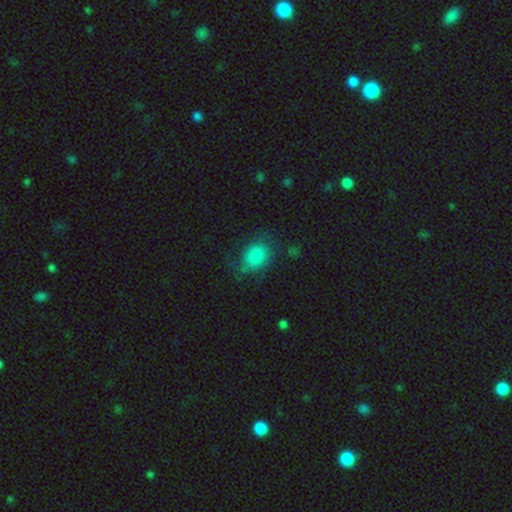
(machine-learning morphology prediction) This appears to be a smooth galaxy with no disk features (72%) that is in between round and cigar-shaped (53%). Merging: none (55%).